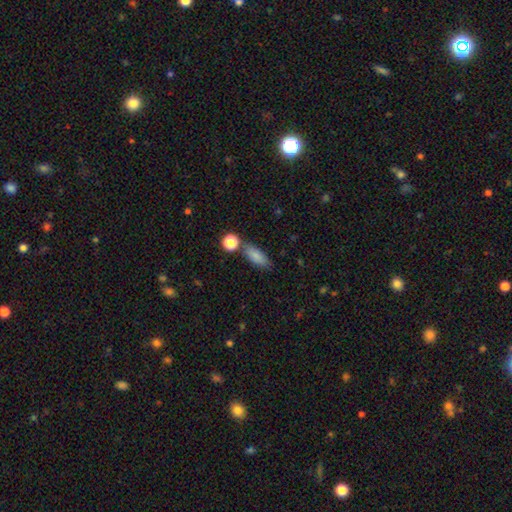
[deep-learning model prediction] smooth-or-featured: smooth: 83% | star or artifact: 8% | featured or disk: 8%
  how-rounded: in between: 74% | cigar-shaped: 21% | round: 5%
  merging: none: 68% | minor disturbance: 15% | merger: 13% | major disturbance: 4%